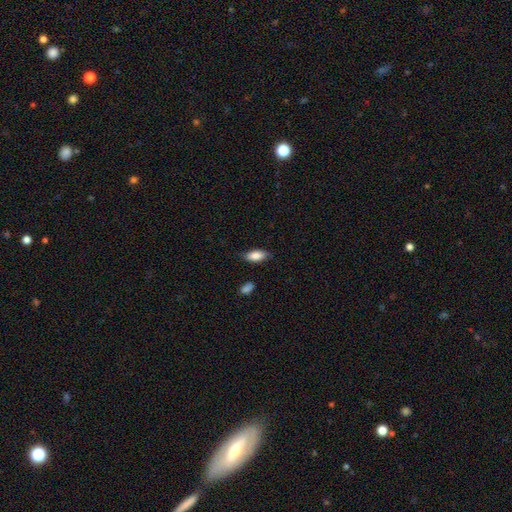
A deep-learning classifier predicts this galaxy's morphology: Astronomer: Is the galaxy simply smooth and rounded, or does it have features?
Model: smooth — 86%.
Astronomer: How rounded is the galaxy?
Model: in between — 87%.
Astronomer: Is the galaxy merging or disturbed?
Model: none — 79%.